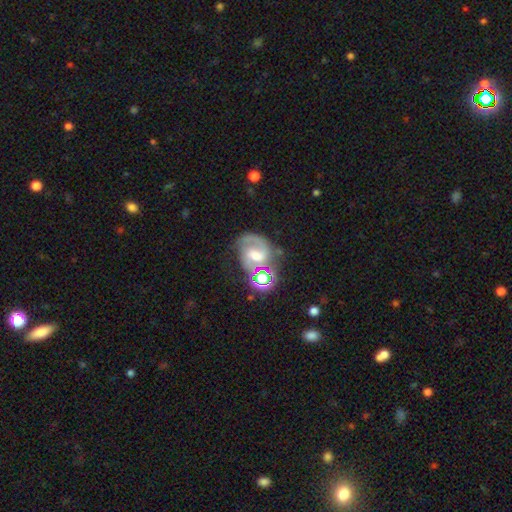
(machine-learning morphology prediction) Overall: featured or disk (69%). Edge-on disk: no (97%). Bar: weak (48%; no 34%). Spiral arms: yes (90%). Spiral arm count: 2 (62%; 1 25%). Spiral winding: medium (50%; tight 30%). Bulge size: moderate (59%; small 27%). Merging: none (54%; minor disturbance 20%).